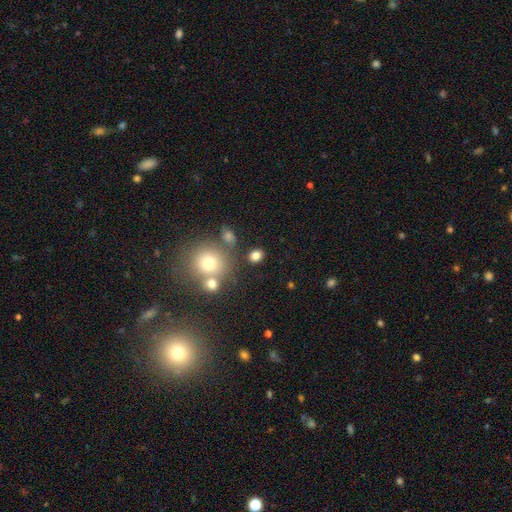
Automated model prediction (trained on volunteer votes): The model was most divided on "how rounded": round: 62%, in between: 36%, cigar-shaped: 1%. More confident: smooth or featured — smooth (79%); merging — none (77%).